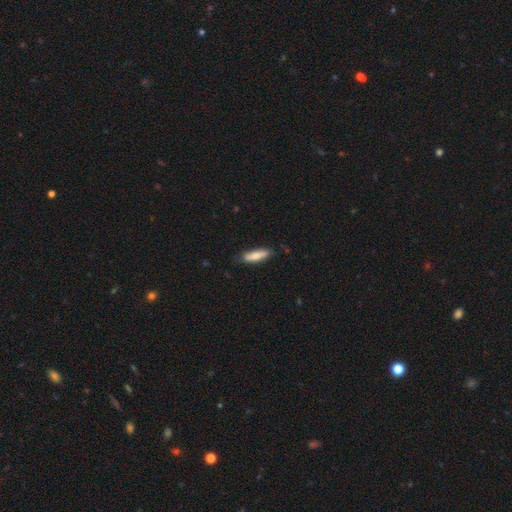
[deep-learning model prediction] Smooth or featured? Predicted: smooth (p=0.69). How rounded? Predicted: cigar-shaped (p=0.61). Merging? Predicted: none (p=0.78).